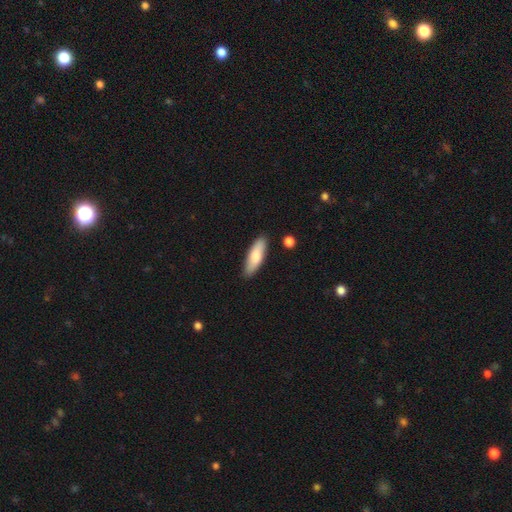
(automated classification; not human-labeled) Morphology: type=smooth (77%); roundness=cigar-shaped (49%, tied with in between); merging=none (86%).